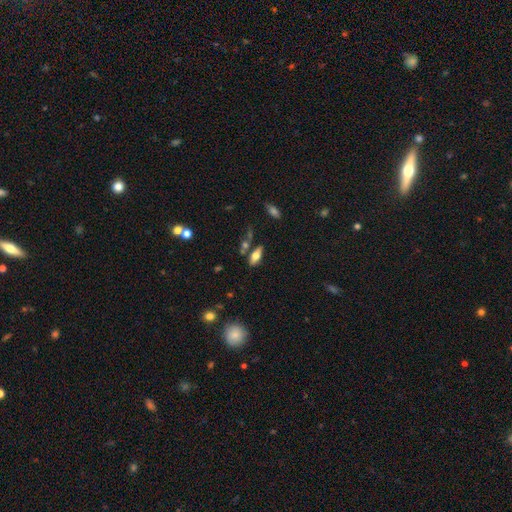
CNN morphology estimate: This appears to be a smooth galaxy with no disk features (62%) that is in between round and cigar-shaped (78%). Merging: none (70%).